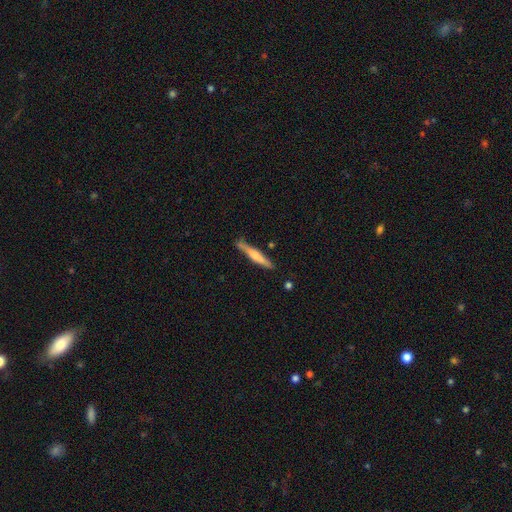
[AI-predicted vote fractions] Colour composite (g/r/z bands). It shows a smooth galaxy with no disk features (50%) that is cigar-shaped (93%). Merging: none (78%).